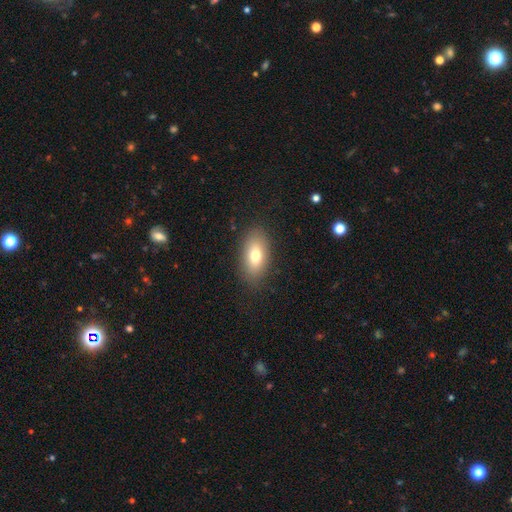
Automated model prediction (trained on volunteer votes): smooth_or_featured: smooth (p=0.75) [alt: featured or disk p=0.16]
how_rounded: in between (p=0.88) [alt: round p=0.06]
merging: none (p=0.85) [alt: minor disturbance p=0.10]